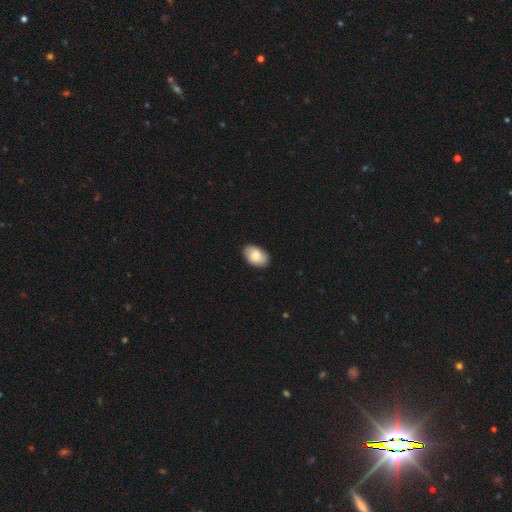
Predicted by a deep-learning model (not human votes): smooth 75%, featured or disk 18%, star or artifact 7%. Down the decision tree: how rounded — in between (88%); merging — none (84%).